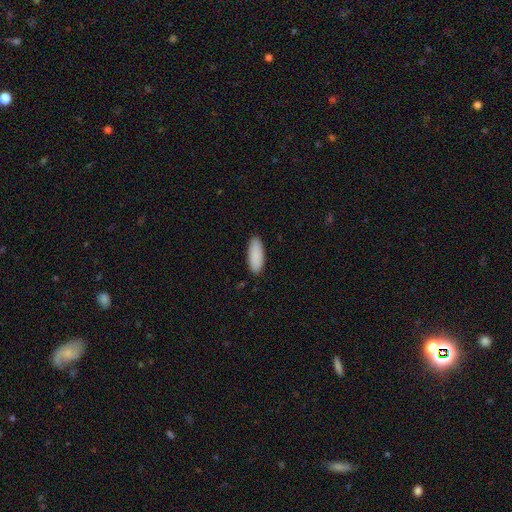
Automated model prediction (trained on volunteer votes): Q: Smooth or featured?
A: smooth (90%); runner-up: star or artifact (6%)
Q: How rounded?
A: in between (77%); runner-up: cigar-shaped (21%)
Q: Merging?
A: none (88%); runner-up: minor disturbance (9%)